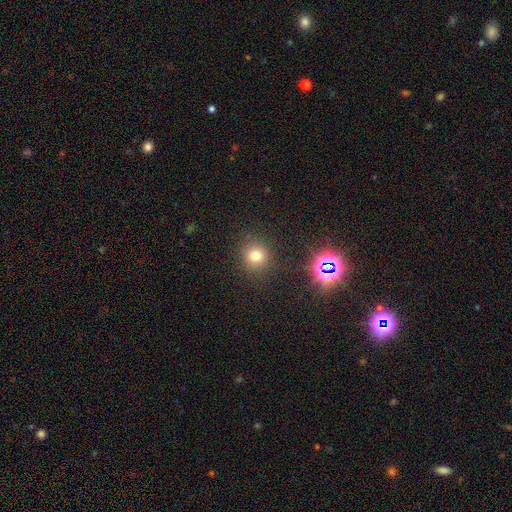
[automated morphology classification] This is likely a smooth galaxy (73%). How rounded: clearly round (89%). Merging: clearly none (87%).